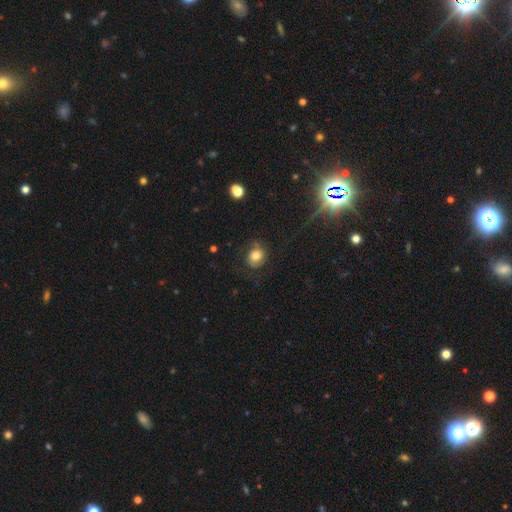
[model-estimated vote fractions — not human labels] smooth 64%, featured or disk 25%, star or artifact 11%. Down the decision tree: how rounded — round (64%); merging — none (66%).